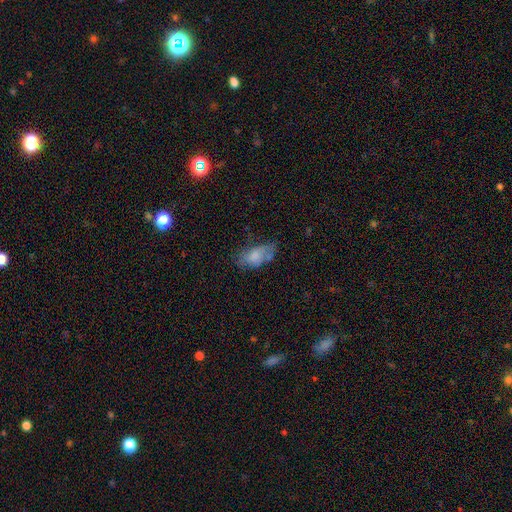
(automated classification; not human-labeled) Overall: smooth (68%). How rounded: in between (90%). Merging: none (44%; minor disturbance 32%).